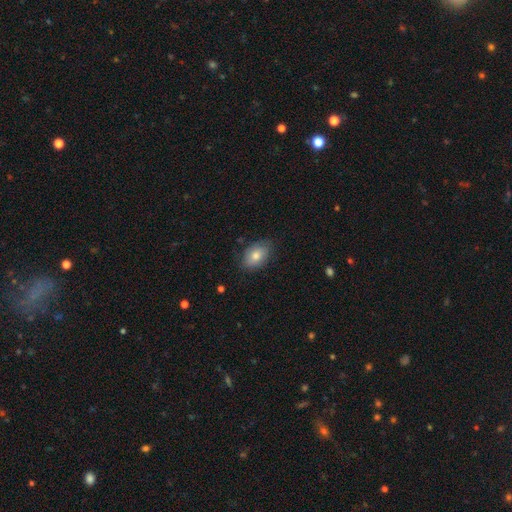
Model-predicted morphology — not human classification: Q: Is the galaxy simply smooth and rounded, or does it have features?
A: smooth — 77%.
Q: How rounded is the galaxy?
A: in between — 84%.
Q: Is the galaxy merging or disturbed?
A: none — 78%.